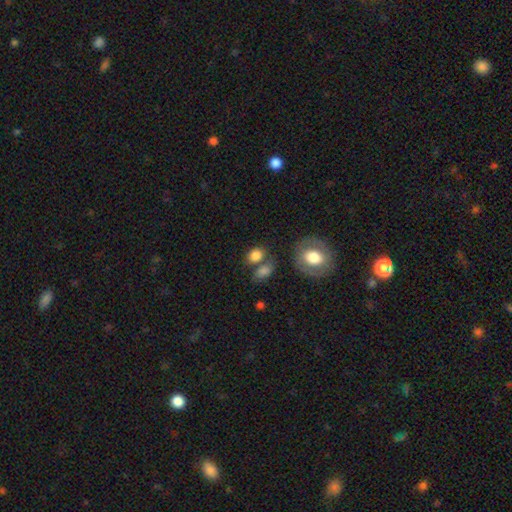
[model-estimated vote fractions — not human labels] Smooth or featured?
  - smooth: 82% *
  - star or artifact: 9%
  - featured or disk: 9%
How rounded?
  - in between: 58% *
  - round: 40%
  - cigar-shaped: 2%
Merging?
  - none: 53% *
  - merger: 26%
  - minor disturbance: 14%
  - major disturbance: 6%